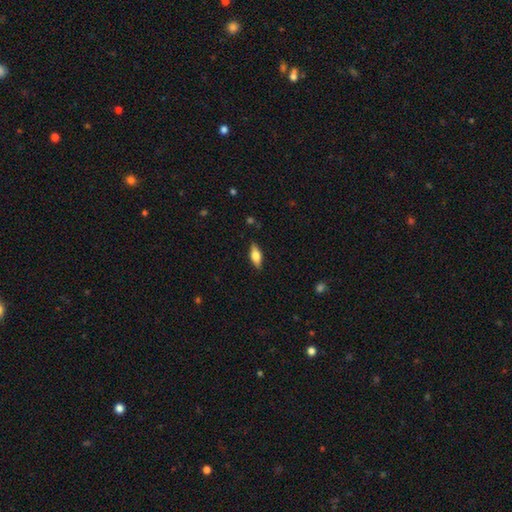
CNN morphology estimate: This appears to be a smooth galaxy with no disk features (63%) that is in between round and cigar-shaped (72%). Merging: none (86%).